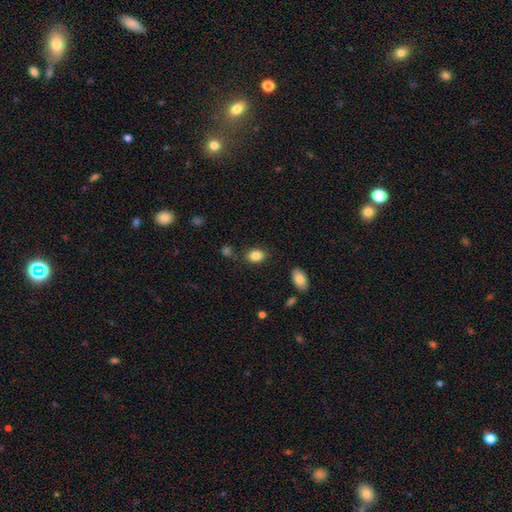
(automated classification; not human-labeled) Q: Smooth or featured?
A: smooth (85%); runner-up: star or artifact (9%)
Q: How rounded?
A: in between (71%); runner-up: round (27%)
Q: Merging?
A: none (81%); runner-up: minor disturbance (12%)